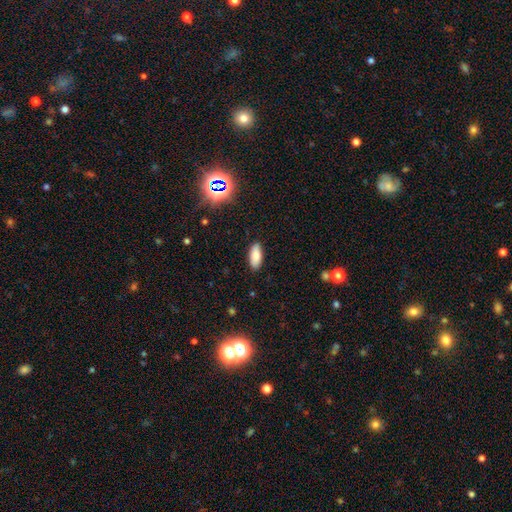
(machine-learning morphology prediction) smooth 83%, star or artifact 9%, featured or disk 8%. Down the decision tree: how rounded — in between (85%); merging — none (88%).